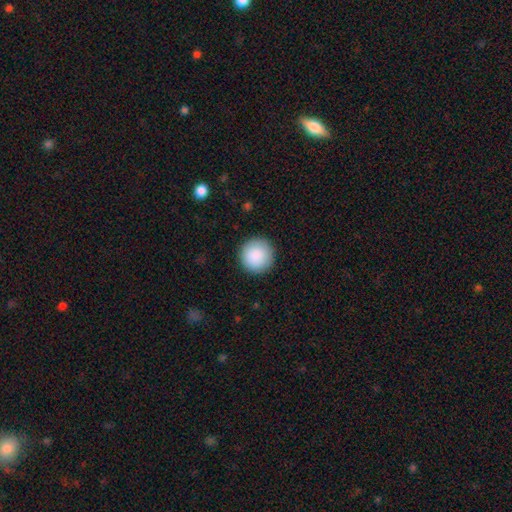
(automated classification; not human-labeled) A smooth galaxy with no disk features (89%) that is round (96%).

Vote fractions:
- Smooth or featured? smooth: 89% / star or artifact: 7% / featured or disk: 4%
- How rounded? round: 96% / in between: 3% / cigar-shaped: 1%
- Merging? none: 91% / minor disturbance: 6% / major disturbance: 2% / merger: 1%